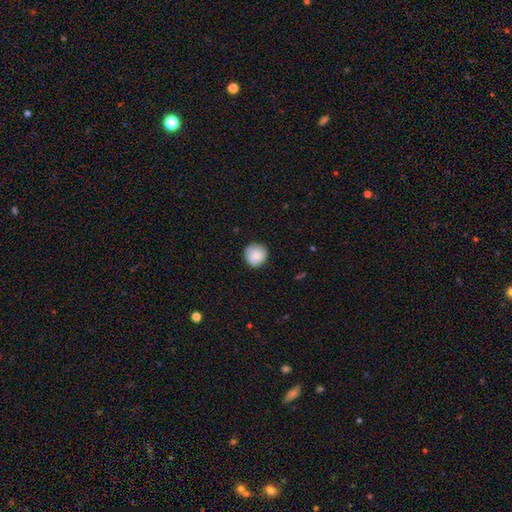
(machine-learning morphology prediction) Q: Smooth or featured?
A: smooth (86%); runner-up: star or artifact (7%)
Q: How rounded?
A: round (93%); runner-up: in between (6%)
Q: Merging?
A: none (85%); runner-up: minor disturbance (12%)